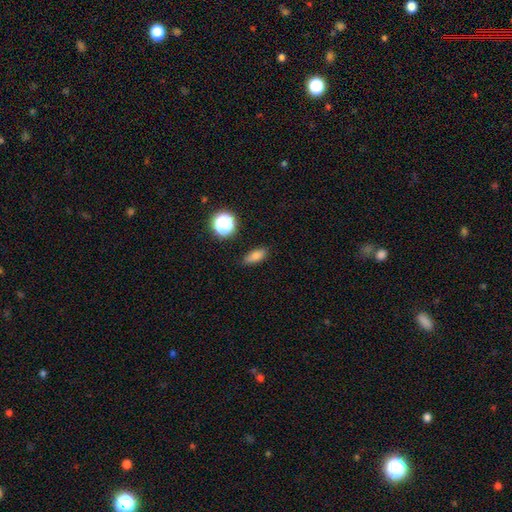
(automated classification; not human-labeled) smooth_or_featured: smooth (p=0.78) [alt: star or artifact p=0.12]
how_rounded: in between (p=0.75) [alt: cigar-shaped p=0.16]
merging: none (p=0.83) [alt: minor disturbance p=0.13]